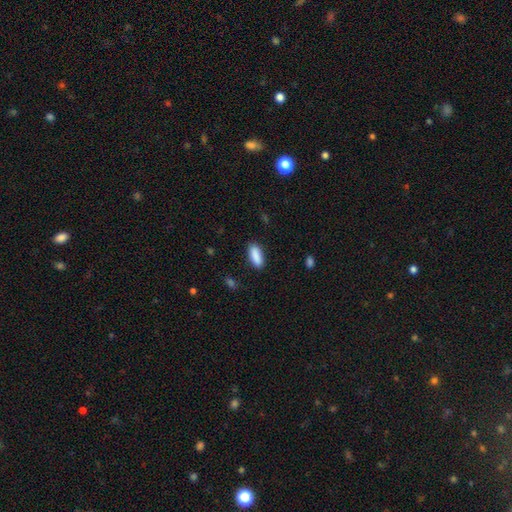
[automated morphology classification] Smooth or featured: smooth — 90% (star or artifact — 6%)
How rounded: in between — 73% (cigar-shaped — 25%)
Merging: none — 87% (minor disturbance — 9%)